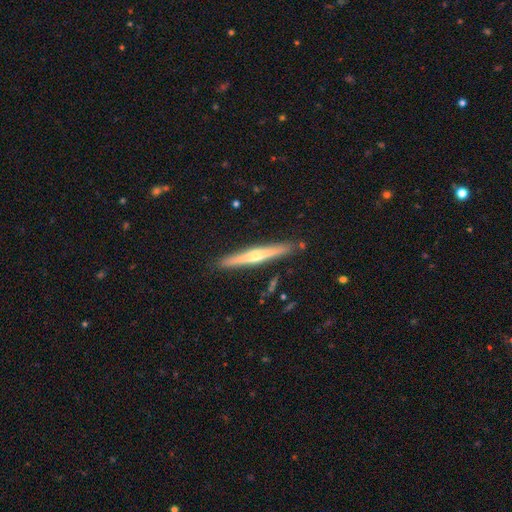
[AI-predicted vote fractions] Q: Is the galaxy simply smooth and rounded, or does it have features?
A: featured or disk — 66%.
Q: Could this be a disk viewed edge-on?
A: yes — 97%.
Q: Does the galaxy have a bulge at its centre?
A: rounded — 79%.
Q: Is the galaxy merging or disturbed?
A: none — 89%.